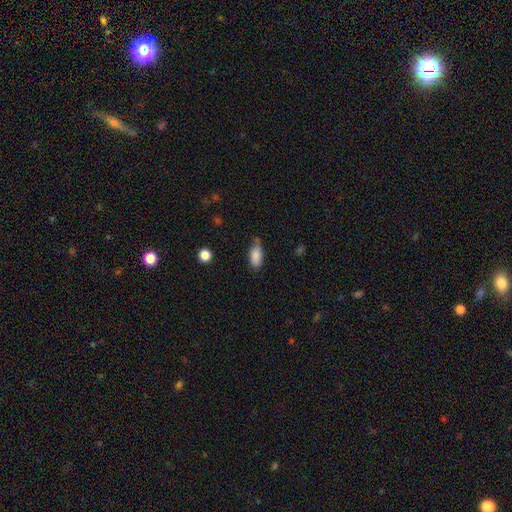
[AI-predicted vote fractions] A smooth galaxy with no disk features (86%) that is in between round and cigar-shaped (89%).

Vote fractions:
- Smooth or featured? smooth: 86% / star or artifact: 7% / featured or disk: 7%
- How rounded? in between: 89% / cigar-shaped: 8% / round: 3%
- Merging? none: 60% / minor disturbance: 31% / major disturbance: 6% / merger: 3%